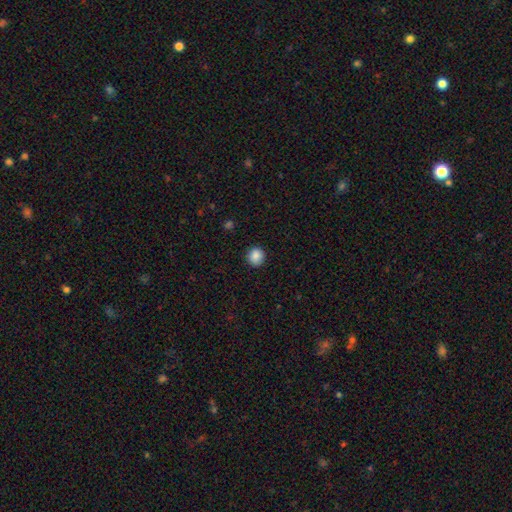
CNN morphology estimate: smooth-or-featured: smooth: 87% | star or artifact: 9% | featured or disk: 4%
  how-rounded: round: 90% | in between: 9% | cigar-shaped: 1%
  merging: none: 90% | minor disturbance: 7% | major disturbance: 2% | merger: 1%